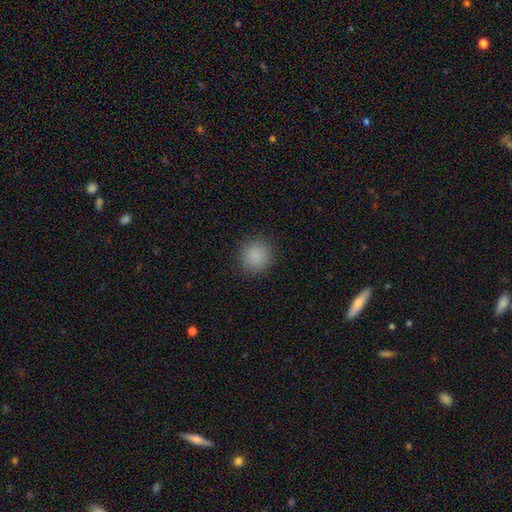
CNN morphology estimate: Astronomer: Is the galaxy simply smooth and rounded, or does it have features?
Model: smooth — 87%.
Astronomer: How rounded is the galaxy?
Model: round — 90%.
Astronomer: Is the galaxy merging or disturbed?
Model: none — 90%.